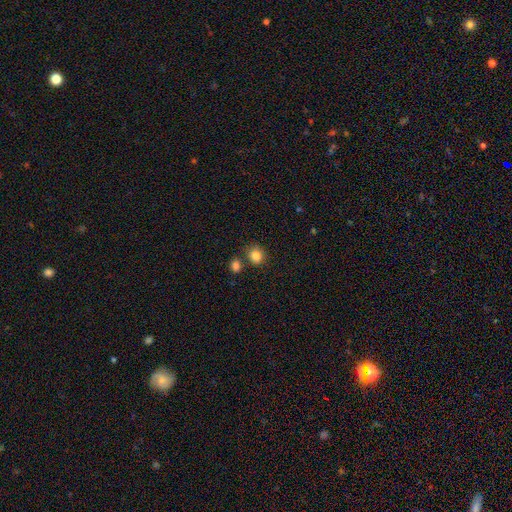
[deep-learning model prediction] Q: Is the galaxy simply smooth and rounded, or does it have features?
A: smooth — 85%.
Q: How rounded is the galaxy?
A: round — 71%.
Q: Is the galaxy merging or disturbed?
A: none — 71%.